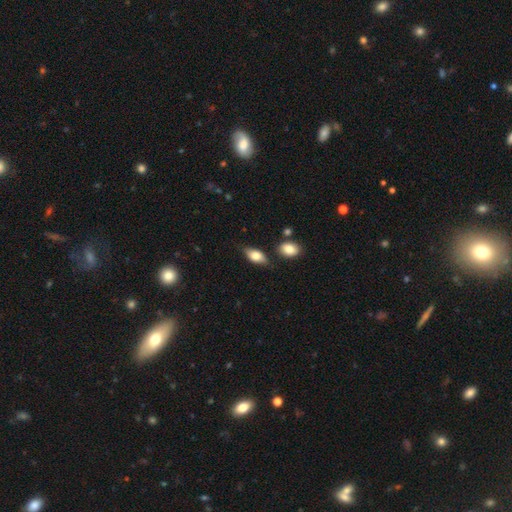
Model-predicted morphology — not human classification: A smooth galaxy with no disk features (74%) that is in between round and cigar-shaped (87%). Merging: none (74%).